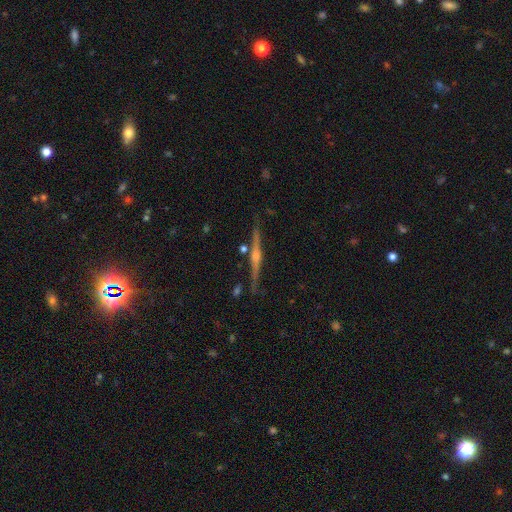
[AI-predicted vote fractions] Overall: featured or disk (85%). Edge-on disk: yes (98%). Edge-on bulge: rounded (88%). Merging: none (87%).